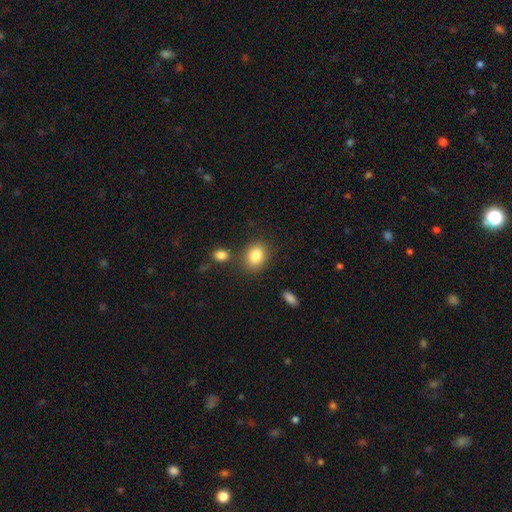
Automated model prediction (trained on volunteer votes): Morphology: type=smooth (85%); roundness=in between (60%); merging=none (76%).